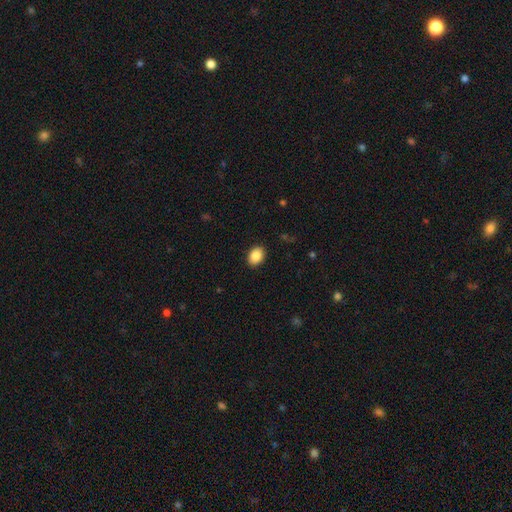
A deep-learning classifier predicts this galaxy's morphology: smooth-or-featured: smooth: 88% | star or artifact: 8% | featured or disk: 5%
  how-rounded: in between: 74% | round: 25% | cigar-shaped: 1%
  merging: none: 90% | minor disturbance: 7% | major disturbance: 2% | merger: 1%